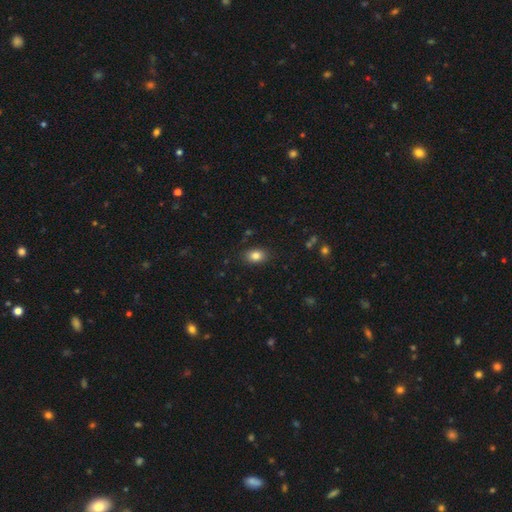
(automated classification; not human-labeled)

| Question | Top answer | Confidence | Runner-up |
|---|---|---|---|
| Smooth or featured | smooth | 84% | star or artifact (9%) |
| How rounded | in between | 80% | round (19%) |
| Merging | none | 86% | minor disturbance (10%) |